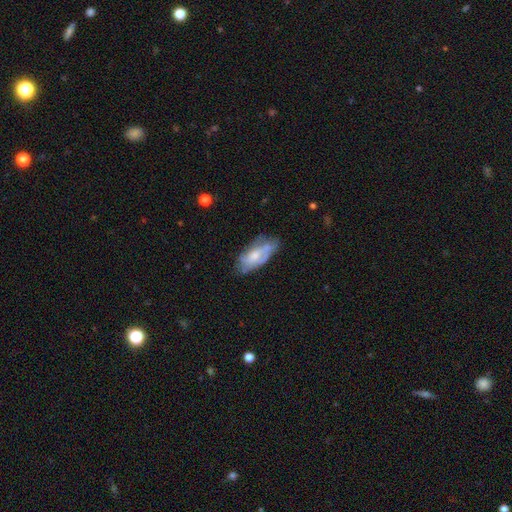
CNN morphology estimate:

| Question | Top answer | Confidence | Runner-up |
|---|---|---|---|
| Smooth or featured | featured or disk | 52% | smooth (41%) |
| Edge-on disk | no | 87% | yes (13%) |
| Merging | none | 53% | minor disturbance (31%) |